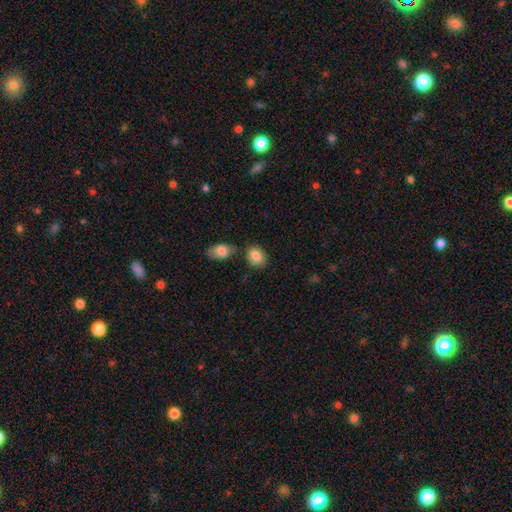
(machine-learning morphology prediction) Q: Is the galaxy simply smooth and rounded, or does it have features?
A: smooth — 85%.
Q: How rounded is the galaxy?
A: in between — 64%.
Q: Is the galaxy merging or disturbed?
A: none — 68%.